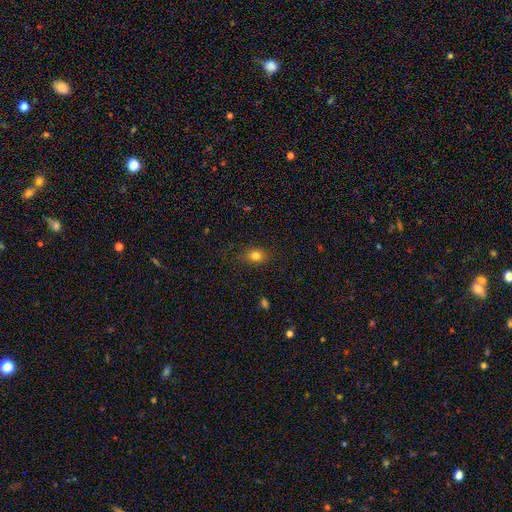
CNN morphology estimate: The model was most divided on "how rounded": round: 56%, in between: 42%, cigar-shaped: 1%. More confident: merging — none (83%); smooth or featured — smooth (80%).